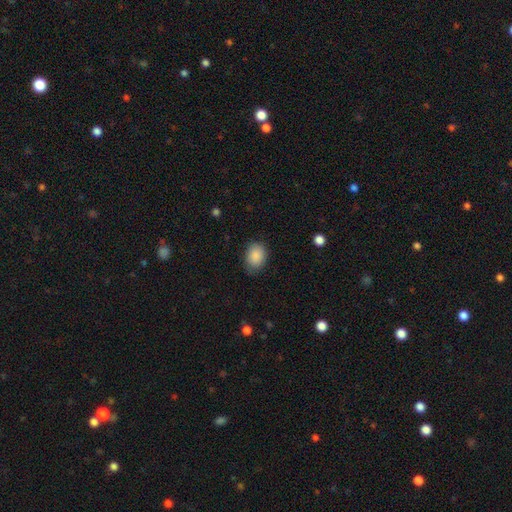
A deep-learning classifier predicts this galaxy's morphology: Smooth or featured? smooth (89%)
How rounded? in between (67%)
Merging? none (77%)